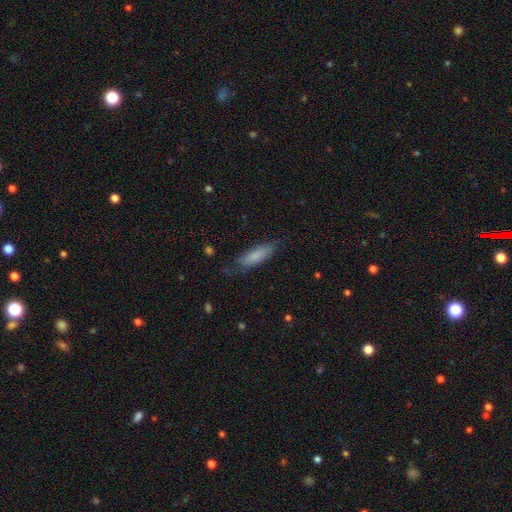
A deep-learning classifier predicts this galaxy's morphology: Smooth or featured: smooth — 78% (featured or disk — 16%)
How rounded: cigar-shaped — 52% (in between — 46%)
Merging: none — 69% (minor disturbance — 23%)